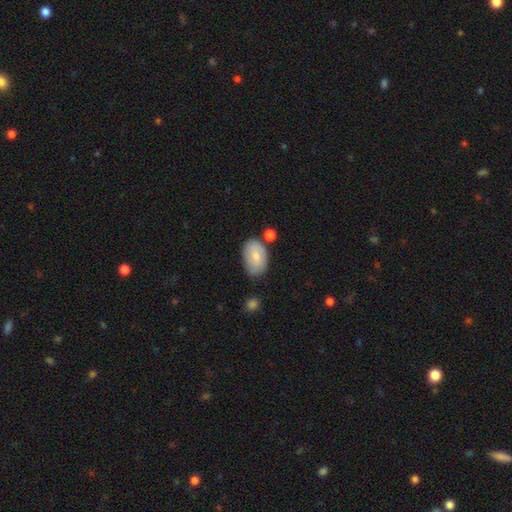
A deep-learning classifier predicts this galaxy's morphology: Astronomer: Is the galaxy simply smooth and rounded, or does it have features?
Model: smooth — 75%.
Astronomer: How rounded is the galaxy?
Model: in between — 90%.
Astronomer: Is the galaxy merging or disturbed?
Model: none — 62%.